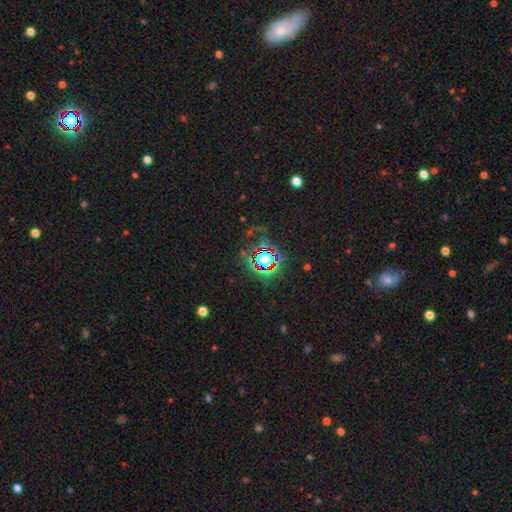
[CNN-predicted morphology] A star or artifact, not a galaxy (77%).